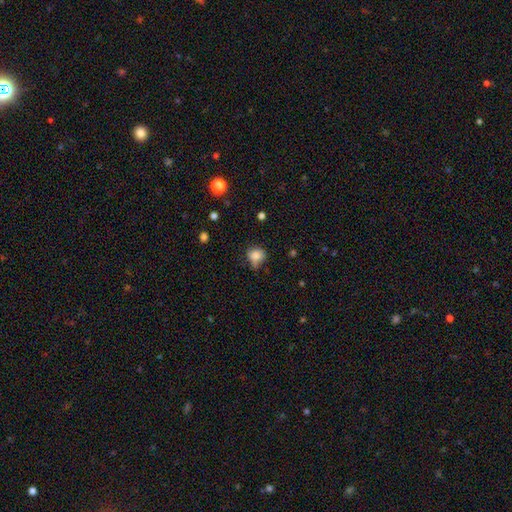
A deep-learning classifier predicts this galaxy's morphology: Q: Smooth or featured?
A: smooth (82%); runner-up: star or artifact (11%)
Q: How rounded?
A: round (74%); runner-up: in between (25%)
Q: Merging?
A: none (52%); runner-up: minor disturbance (34%)